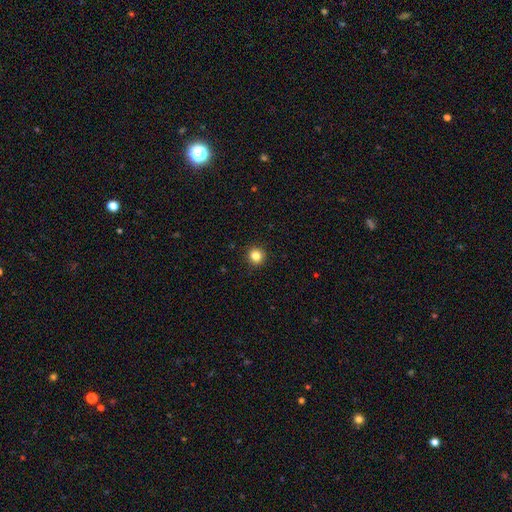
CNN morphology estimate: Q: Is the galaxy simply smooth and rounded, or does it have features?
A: smooth — 84%.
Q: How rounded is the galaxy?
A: round — 93%.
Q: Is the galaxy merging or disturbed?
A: none — 92%.